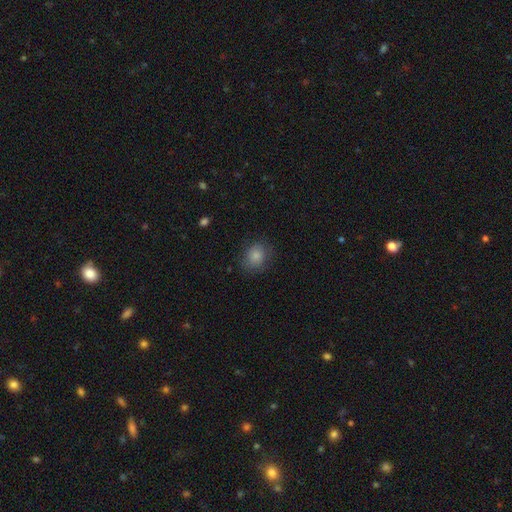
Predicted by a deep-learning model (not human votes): smooth_or_featured: smooth (p=0.84) [alt: star or artifact p=0.09]
how_rounded: round (p=0.61) [alt: in between p=0.38]
merging: none (p=0.80) [alt: minor disturbance p=0.15]